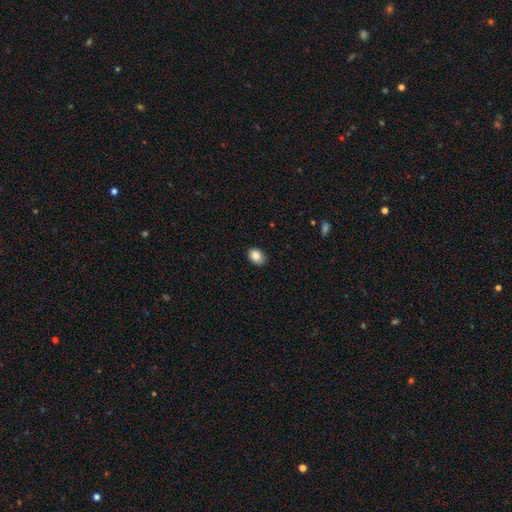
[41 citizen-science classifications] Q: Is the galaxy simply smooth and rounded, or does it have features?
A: smooth — 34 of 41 (83%).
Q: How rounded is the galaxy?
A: in between — 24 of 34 (71%).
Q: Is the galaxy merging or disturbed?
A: none — 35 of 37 (95%).